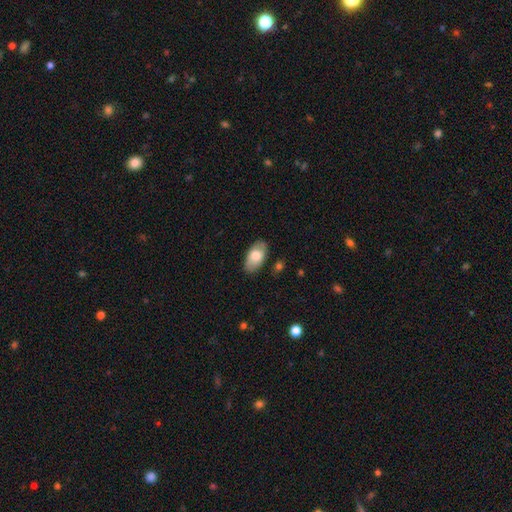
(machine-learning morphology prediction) type=smooth (76%); roundness=in between (95%); merging=none (83%).